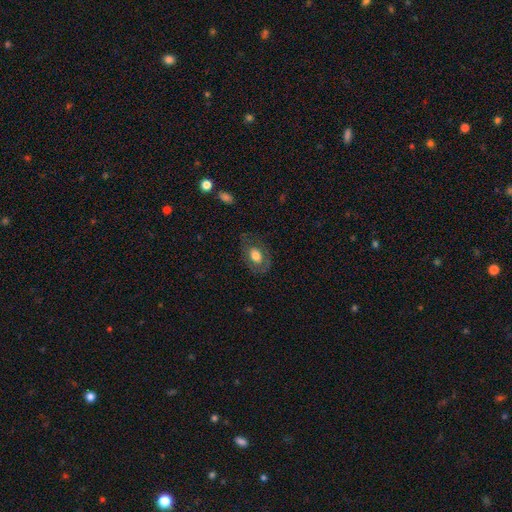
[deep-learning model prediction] Smooth or featured? smooth (58%)
How rounded? in between (78%)
Merging? none (70%)